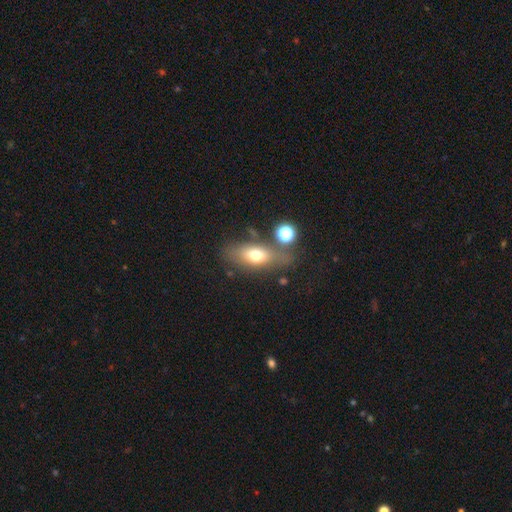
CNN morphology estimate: The model was most divided on "smooth or featured": smooth: 65%, featured or disk: 25%, star or artifact: 10%. More confident: how rounded — in between (73%); merging — none (64%).